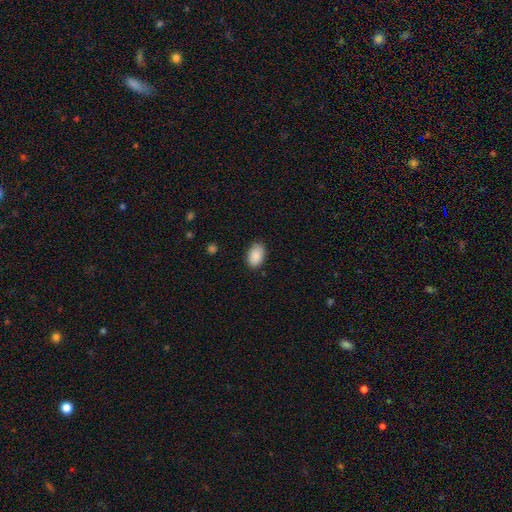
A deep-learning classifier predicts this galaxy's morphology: Smooth or featured: smooth — 89% (star or artifact — 7%)
How rounded: in between — 91% (round — 7%)
Merging: none — 85% (minor disturbance — 12%)